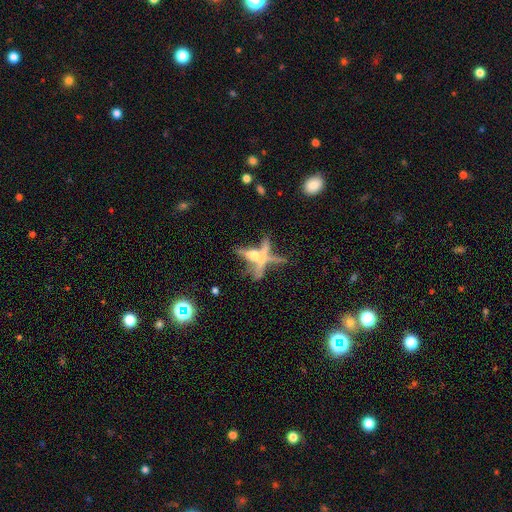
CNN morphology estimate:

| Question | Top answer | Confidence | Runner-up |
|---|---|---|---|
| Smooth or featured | featured or disk | 56% | smooth (30%) |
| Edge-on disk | yes | 71% | no (29%) |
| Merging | merger | 42% | none (34%) |